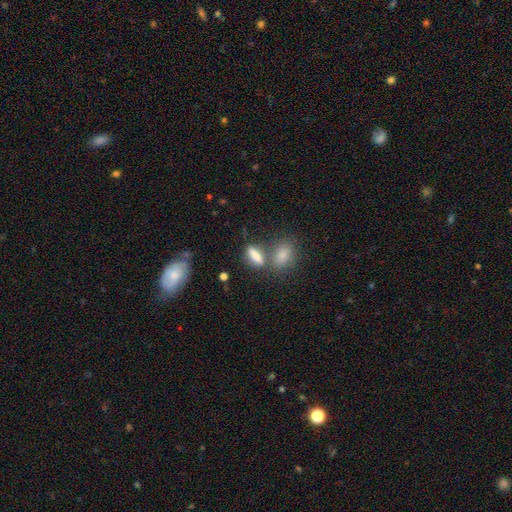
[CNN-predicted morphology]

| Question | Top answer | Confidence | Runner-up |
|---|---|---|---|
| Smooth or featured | smooth | 78% | featured or disk (12%) |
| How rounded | in between | 59% | cigar-shaped (34%) |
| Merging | none | 55% | merger (27%) |